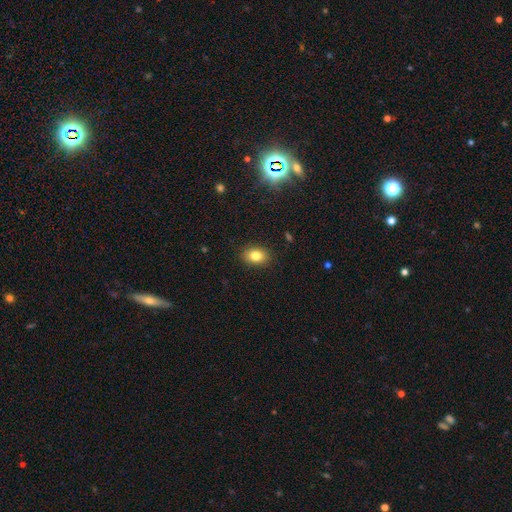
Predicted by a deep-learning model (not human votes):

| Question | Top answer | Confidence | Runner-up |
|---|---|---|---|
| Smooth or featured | smooth | 82% | star or artifact (10%) |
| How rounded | in between | 73% | round (25%) |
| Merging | none | 89% | minor disturbance (8%) |